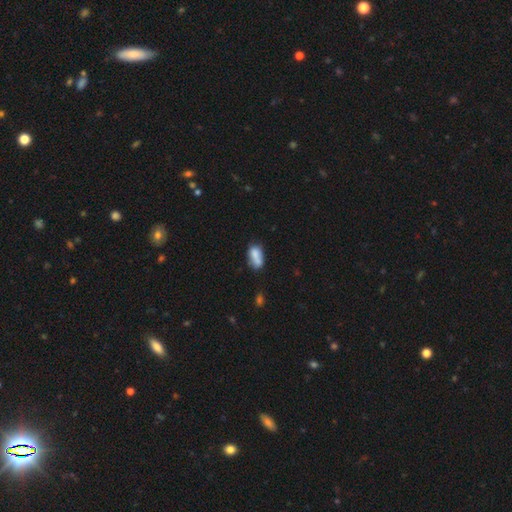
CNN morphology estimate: smooth_or_featured: smooth (p=0.74) [alt: featured or disk p=0.17]
how_rounded: in between (p=0.85) [alt: round p=0.08]
merging: none (p=0.36) [alt: merger p=0.34]